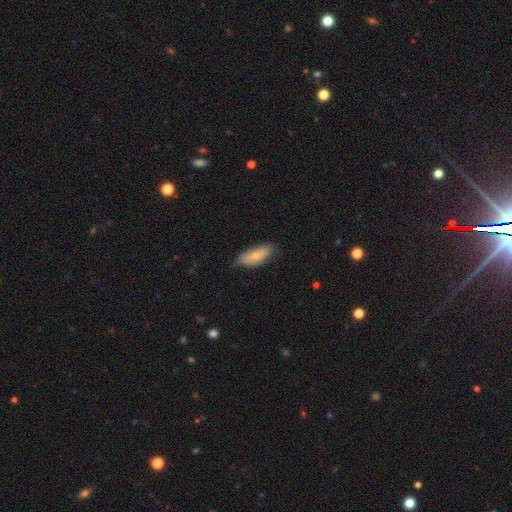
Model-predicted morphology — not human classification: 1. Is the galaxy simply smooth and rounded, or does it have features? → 73% smooth, 21% featured or disk, 6% star or artifact.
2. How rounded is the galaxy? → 83% in between, 14% cigar-shaped, 2% round.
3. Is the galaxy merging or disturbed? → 61% none, 32% minor disturbance, 6% major disturbance, 1% merger.